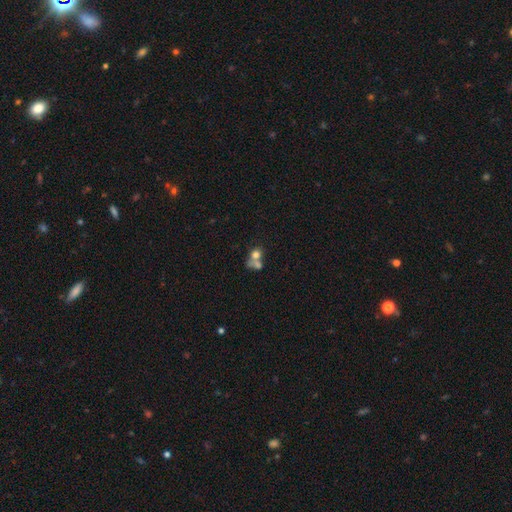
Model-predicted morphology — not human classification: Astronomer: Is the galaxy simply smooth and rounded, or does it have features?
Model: smooth — 65%.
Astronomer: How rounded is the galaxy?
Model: round — 64%.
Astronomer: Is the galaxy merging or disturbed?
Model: merger — 64%.